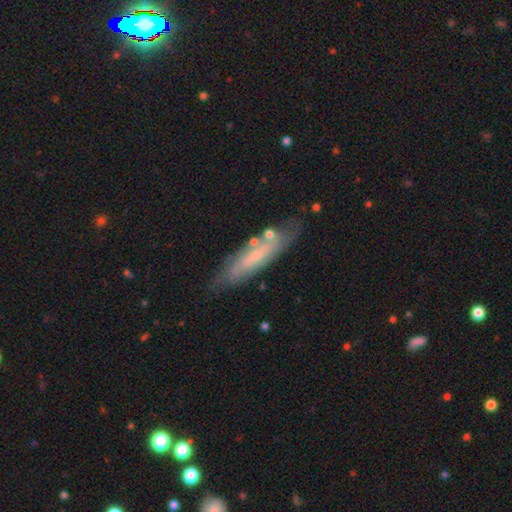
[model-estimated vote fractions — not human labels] Smooth or featured: featured or disk — 57% (smooth — 36%)
Edge-on disk: no — 59% (yes — 41%)
Merging: none — 73% (minor disturbance — 17%)